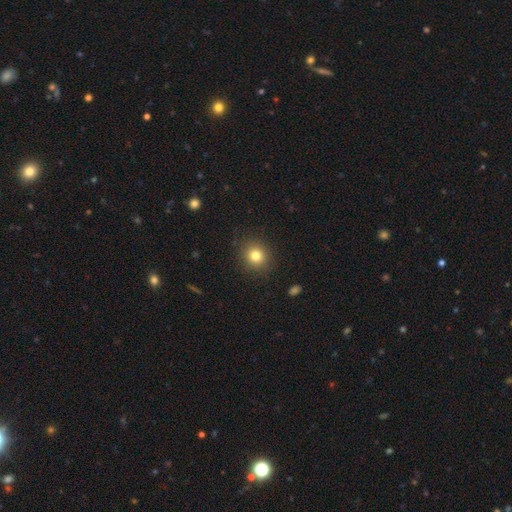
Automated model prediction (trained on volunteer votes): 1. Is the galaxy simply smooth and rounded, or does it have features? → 80% smooth, 12% star or artifact, 8% featured or disk.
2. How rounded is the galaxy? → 85% round, 14% in between, 1% cigar-shaped.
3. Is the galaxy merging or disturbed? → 89% none, 7% minor disturbance, 3% major disturbance, 1% merger.